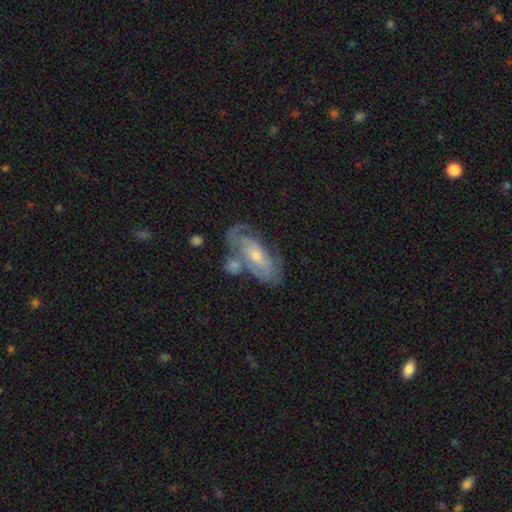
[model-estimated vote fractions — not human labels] Smooth or featured?
  - featured or disk: 67% *
  - smooth: 26%
  - star or artifact: 6%
Edge-on disk?
  - no: 87% *
  - yes: 13%
Bar?
  - no: 60% *
  - weak: 30%
  - strong: 10%
Spiral arms?
  - yes: 77% *
  - no: 23%
Bulge size?
  - moderate: 49% *
  - small: 45%
  - large: 3%
  - none: 2%
  - dominant: 1%
Merging?
  - none: 48% *
  - minor disturbance: 21%
  - merger: 18%
  - major disturbance: 13%